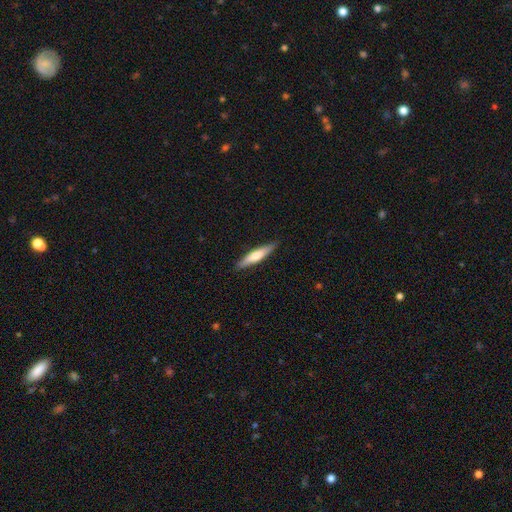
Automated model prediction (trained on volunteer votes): Smooth or featured?
  - smooth: 56% *
  - featured or disk: 38%
  - star or artifact: 5%
How rounded?
  - cigar-shaped: 87% *
  - in between: 11%
  - round: 1%
Merging?
  - none: 88% *
  - minor disturbance: 9%
  - major disturbance: 2%
  - merger: 1%